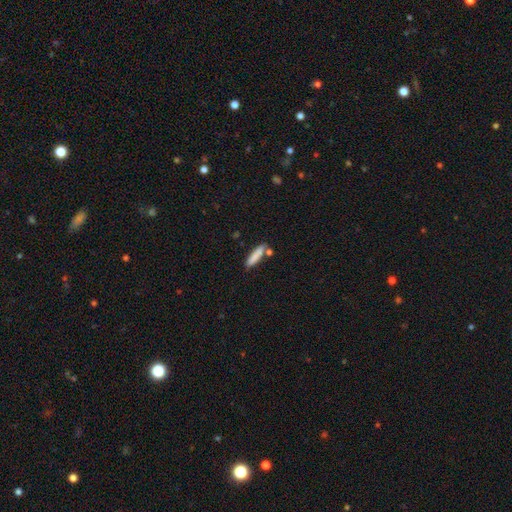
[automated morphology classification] This appears to be a smooth galaxy with no disk features (81%) that is cigar-shaped (82%). Merging: none (72%).